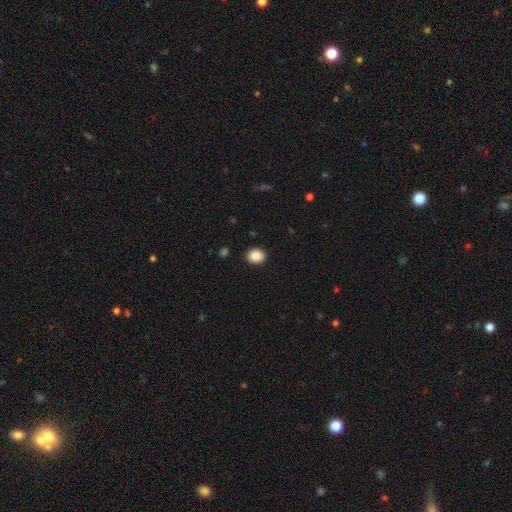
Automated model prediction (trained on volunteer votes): Smooth or featured? Predicted: smooth (p=0.89). How rounded? Predicted: round (p=0.52). Merging? Predicted: none (p=0.89).